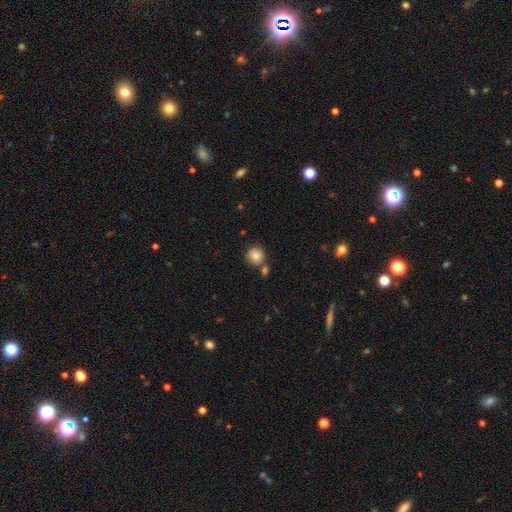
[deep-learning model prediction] A smooth galaxy with no disk features (84%) that is round (92%). Merging: none (72%).